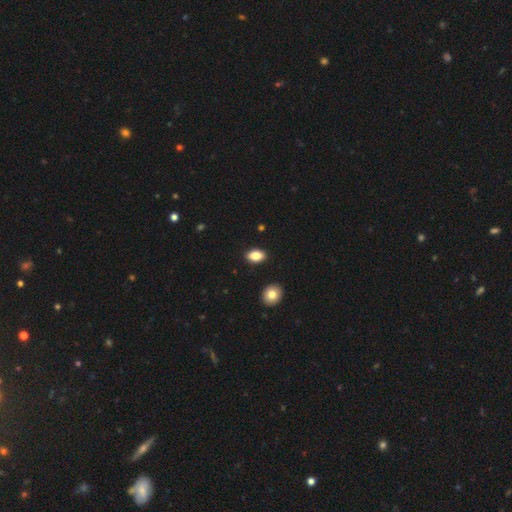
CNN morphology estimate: smooth-or-featured: smooth: 84% | star or artifact: 8% | featured or disk: 7%
  how-rounded: in between: 87% | round: 11% | cigar-shaped: 2%
  merging: none: 90% | minor disturbance: 7% | merger: 2% | major disturbance: 2%